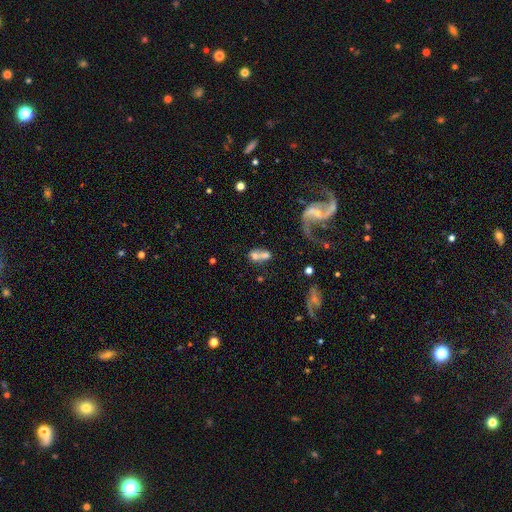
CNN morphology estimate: A smooth galaxy with no disk features (56%) that is in between round and cigar-shaped (57%).

Vote fractions:
- Smooth or featured? smooth: 56% / featured or disk: 32% / star or artifact: 12%
- How rounded? in between: 57% / round: 39% / cigar-shaped: 4%
- Merging? merger: 63% / none: 20% / major disturbance: 10% / minor disturbance: 7%